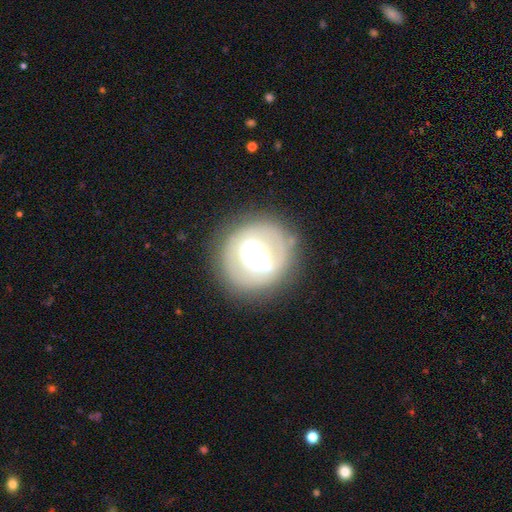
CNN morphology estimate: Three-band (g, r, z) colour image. It shows a featured or disk galaxy (64%) with a weak bar (37%), spiral arms (61%) and a moderate central bulge (50%). Merging: none (75%).